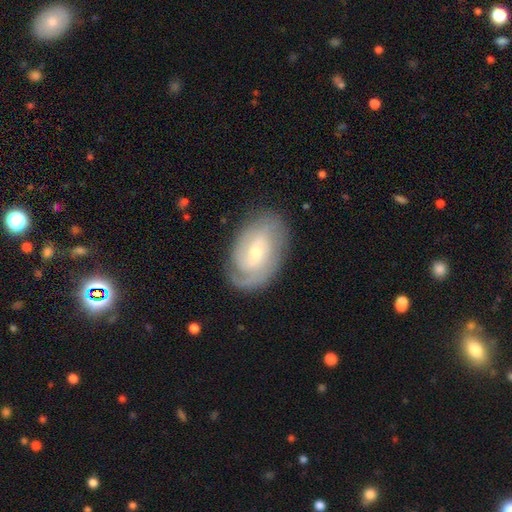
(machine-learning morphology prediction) type=featured or disk (76%); edge-on=no (95%); bar=no (44%, tied with weak); spiral arms=yes (91%); winding=tight (61%); arm count=2 (40%); bulge=small (57%); merging=none (78%).